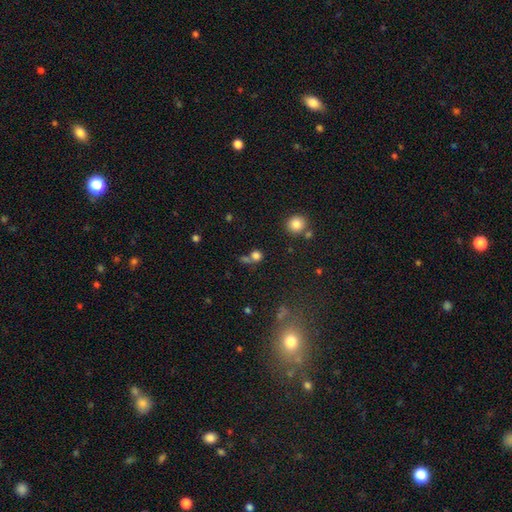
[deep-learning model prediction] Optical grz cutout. It shows a smooth galaxy with no disk features (75%) that is round (79%). Merging: none (50%).